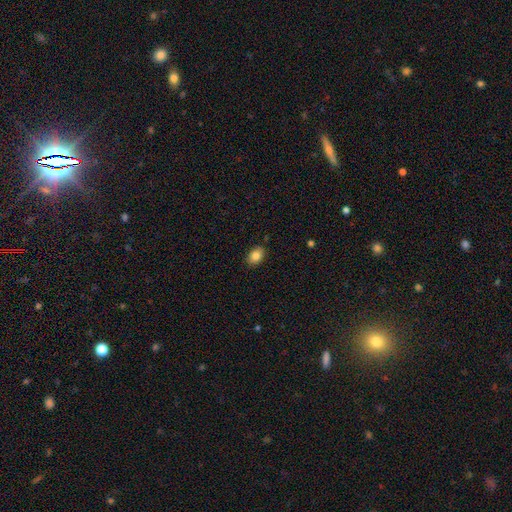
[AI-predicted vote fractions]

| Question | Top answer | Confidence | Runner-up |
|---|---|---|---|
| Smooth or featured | smooth | 84% | star or artifact (8%) |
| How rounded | in between | 82% | round (17%) |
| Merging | none | 88% | minor disturbance (9%) |